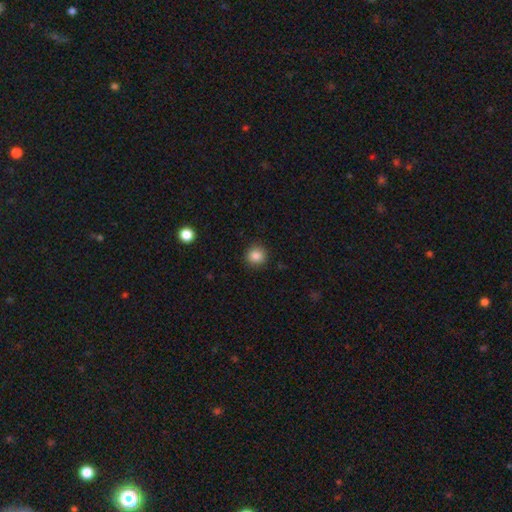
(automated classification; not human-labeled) Smooth or featured?
  - smooth: 86% *
  - star or artifact: 10%
  - featured or disk: 4%
How rounded?
  - round: 92% *
  - in between: 8%
  - cigar-shaped: 1%
Merging?
  - none: 90% *
  - minor disturbance: 7%
  - major disturbance: 2%
  - merger: 1%